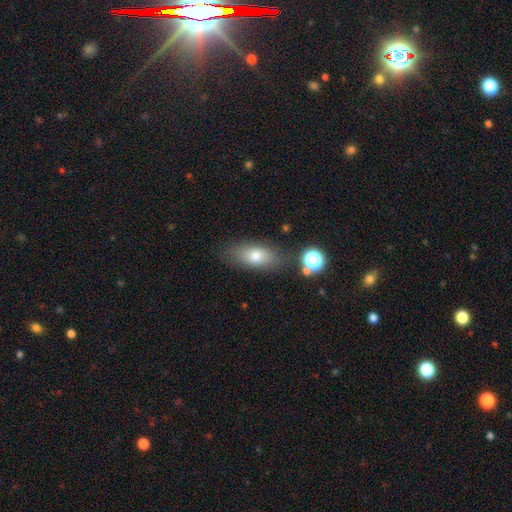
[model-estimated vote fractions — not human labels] Overall: smooth (75%). How rounded: in between (78%). Merging: none (78%).